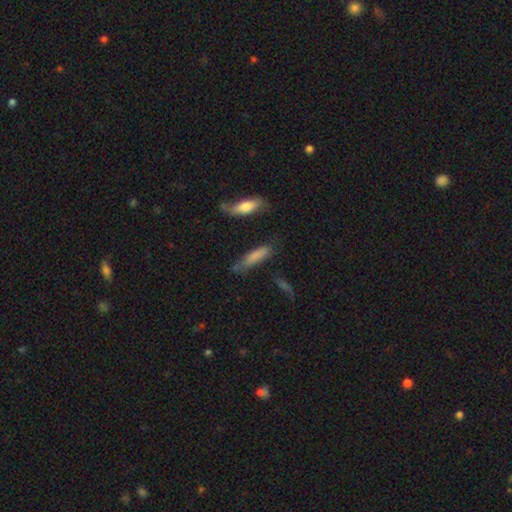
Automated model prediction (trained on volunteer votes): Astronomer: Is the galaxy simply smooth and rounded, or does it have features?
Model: smooth — 75%.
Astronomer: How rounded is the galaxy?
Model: cigar-shaped — 75%.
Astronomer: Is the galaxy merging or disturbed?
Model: none — 62%.